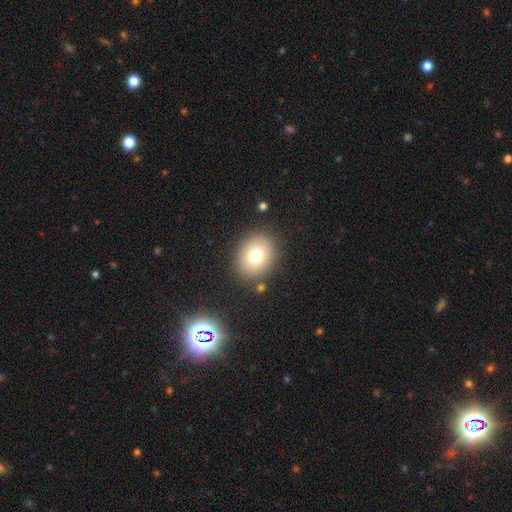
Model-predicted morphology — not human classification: Q: Smooth or featured?
A: smooth (75%); runner-up: featured or disk (13%)
Q: How rounded?
A: round (60%); runner-up: in between (39%)
Q: Merging?
A: none (85%); runner-up: minor disturbance (9%)